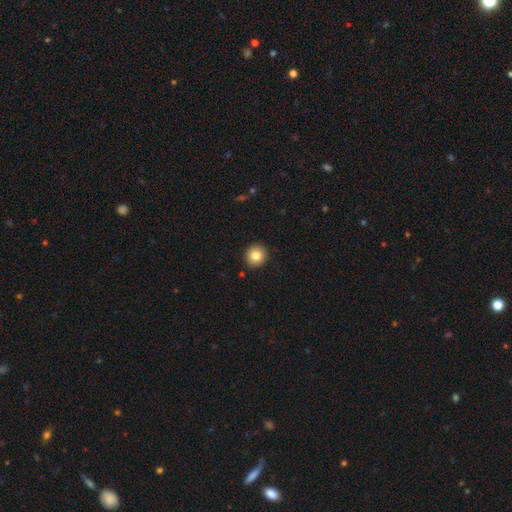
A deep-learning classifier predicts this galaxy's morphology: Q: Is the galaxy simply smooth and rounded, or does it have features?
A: smooth — 82%.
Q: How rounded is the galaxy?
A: round — 91%.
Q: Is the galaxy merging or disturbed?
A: none — 92%.